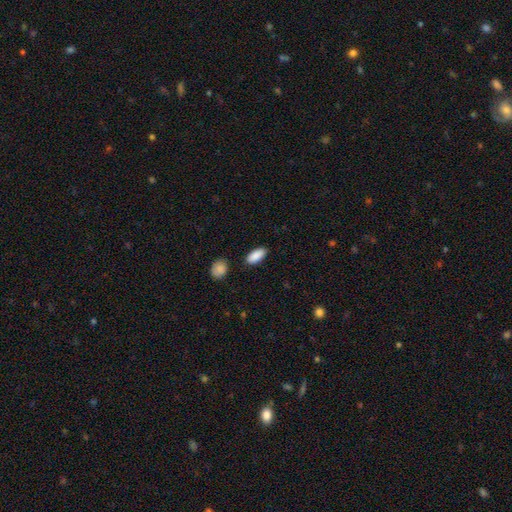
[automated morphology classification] Smooth or featured?
  - smooth: 89% *
  - star or artifact: 6%
  - featured or disk: 4%
How rounded?
  - in between: 90% *
  - cigar-shaped: 8%
  - round: 2%
Merging?
  - none: 86% *
  - minor disturbance: 9%
  - merger: 3%
  - major disturbance: 2%